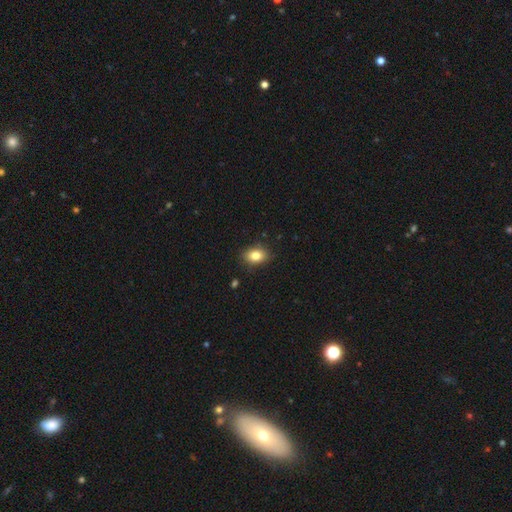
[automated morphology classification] Q: Smooth or featured?
A: smooth (82%); runner-up: star or artifact (9%)
Q: How rounded?
A: in between (75%); runner-up: round (23%)
Q: Merging?
A: none (85%); runner-up: minor disturbance (11%)